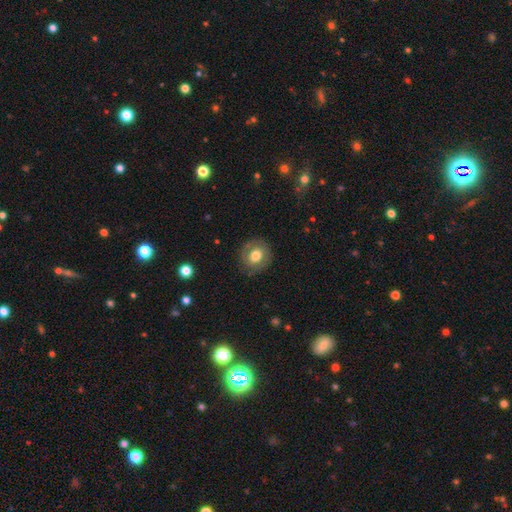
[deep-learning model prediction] Smooth or featured: smooth — 71% (featured or disk — 21%)
How rounded: round — 79% (in between — 20%)
Merging: none — 85% (minor disturbance — 10%)